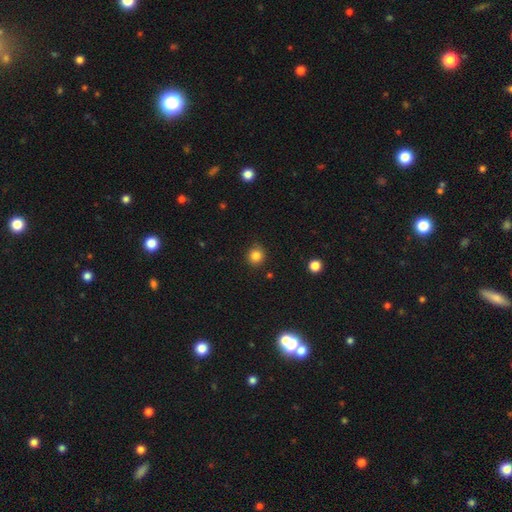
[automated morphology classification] Q: Smooth or featured?
A: smooth (83%); runner-up: star or artifact (12%)
Q: How rounded?
A: round (87%); runner-up: in between (12%)
Q: Merging?
A: none (86%); runner-up: minor disturbance (10%)